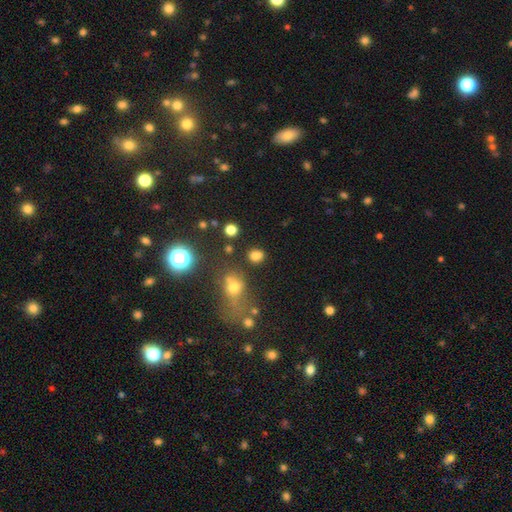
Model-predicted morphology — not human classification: smooth_or_featured: smooth (p=0.75) [alt: star or artifact p=0.18]
how_rounded: round (p=0.58) [alt: in between p=0.40]
merging: none (p=0.71) [alt: minor disturbance p=0.12]